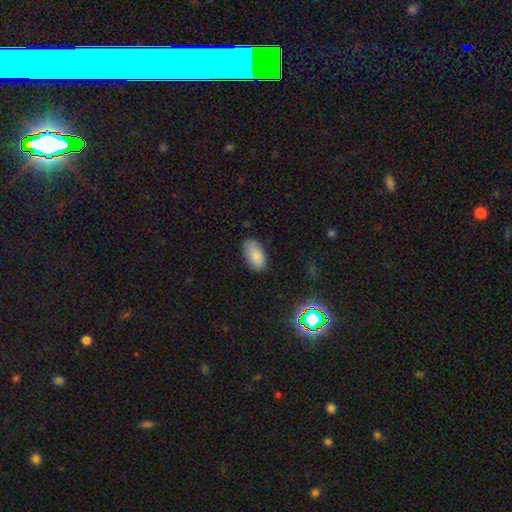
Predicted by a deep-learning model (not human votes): smooth_or_featured: smooth (p=0.85) [alt: star or artifact p=0.08]
how_rounded: in between (p=0.94) [alt: round p=0.04]
merging: none (p=0.80) [alt: minor disturbance p=0.16]